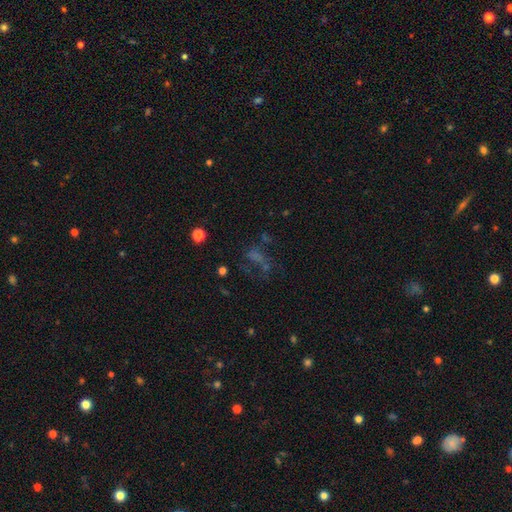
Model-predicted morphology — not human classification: The model was most divided on "smooth or featured": star or artifact: 38%, smooth: 31%, featured or disk: 30%.